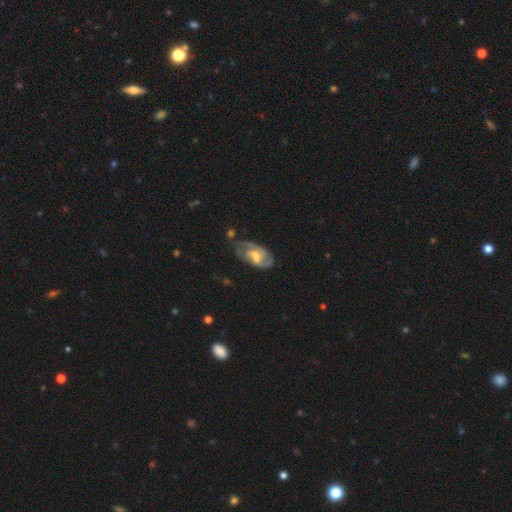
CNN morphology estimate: Overall: featured or disk (78%). Edge-on disk: no (96%). Bar: weak (53%; no 33%). Spiral arms: yes (91%). Spiral arm count: 2 (58%). Spiral winding: medium (47%; tight 33%). Bulge size: moderate (47%; small 38%). Merging: none (54%; minor disturbance 26%).